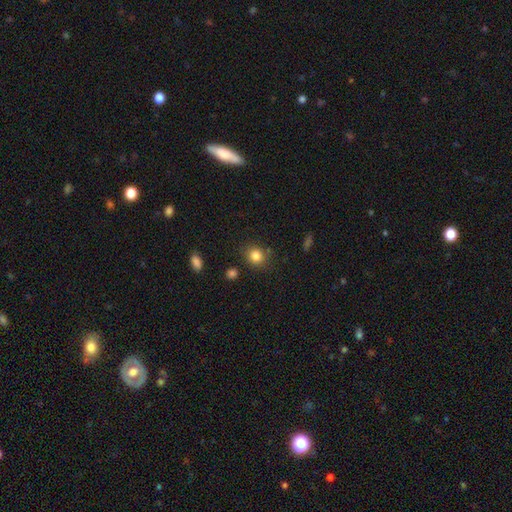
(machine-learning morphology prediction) Smooth or featured? smooth (84%)
How rounded? round (78%)
Merging? none (81%)